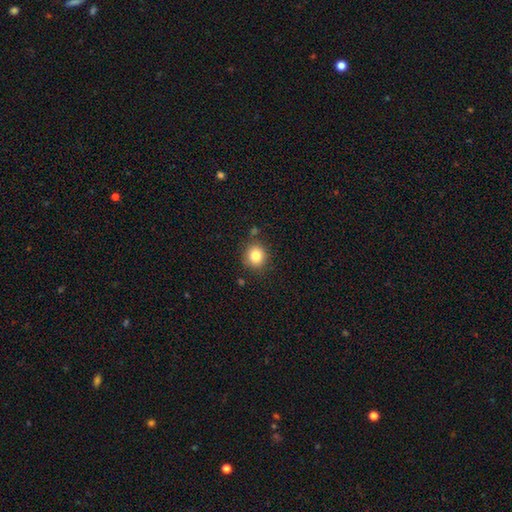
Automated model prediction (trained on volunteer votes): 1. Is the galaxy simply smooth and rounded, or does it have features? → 82% smooth, 11% star or artifact, 7% featured or disk.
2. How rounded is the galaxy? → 84% round, 15% in between, 1% cigar-shaped.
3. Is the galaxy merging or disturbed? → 83% none, 10% minor disturbance, 4% merger, 3% major disturbance.